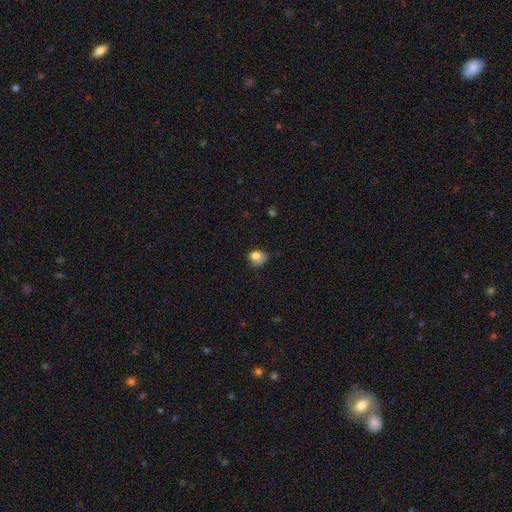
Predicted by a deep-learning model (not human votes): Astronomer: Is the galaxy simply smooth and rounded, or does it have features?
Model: smooth — 78%.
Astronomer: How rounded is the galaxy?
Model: round — 52% (runner-up: in between, 47%).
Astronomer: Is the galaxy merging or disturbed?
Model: none — 44% (runner-up: minor disturbance, 36%).